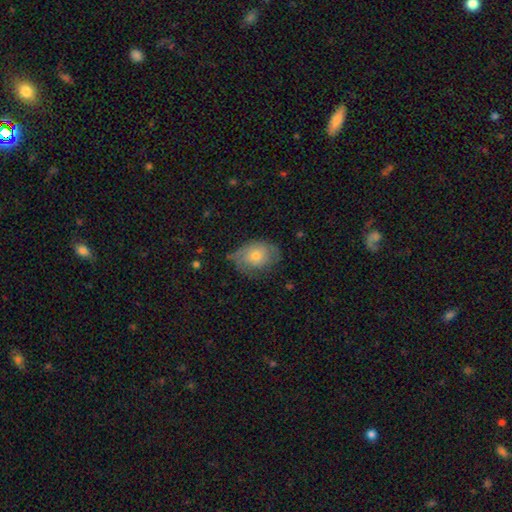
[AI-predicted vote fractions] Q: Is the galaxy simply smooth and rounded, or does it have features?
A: smooth — 59%.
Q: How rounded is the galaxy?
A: in between — 61%.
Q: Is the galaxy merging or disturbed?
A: none — 56%.